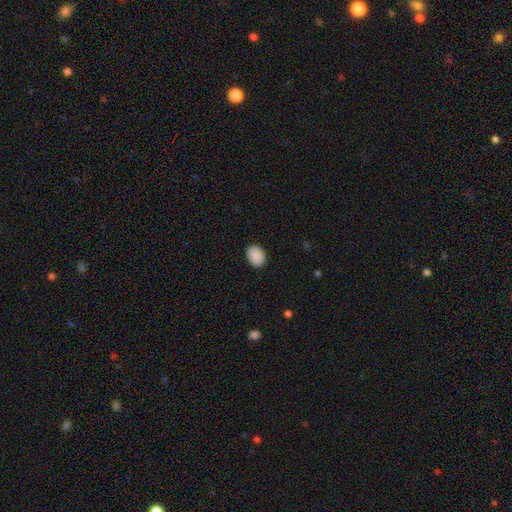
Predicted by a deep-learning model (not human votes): Smooth or featured? Predicted: smooth (p=0.90). How rounded? Predicted: in between (p=0.65). Merging? Predicted: none (p=0.88).